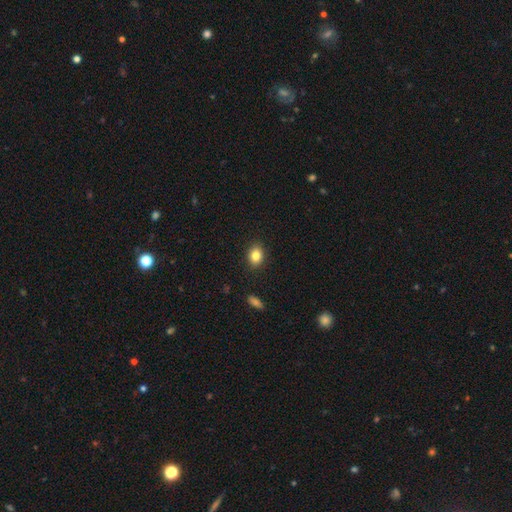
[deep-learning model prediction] This appears to be a smooth galaxy with no disk features (84%) that is in between round and cigar-shaped (58%). Merging: none (89%).